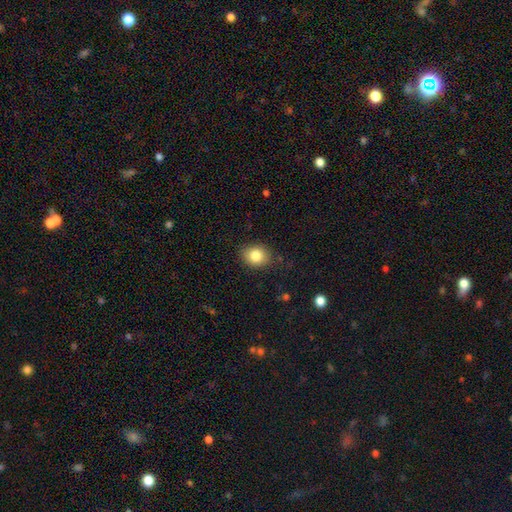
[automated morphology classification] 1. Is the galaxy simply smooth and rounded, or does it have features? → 83% smooth, 9% star or artifact, 8% featured or disk.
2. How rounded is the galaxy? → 51% round, 48% in between, 1% cigar-shaped.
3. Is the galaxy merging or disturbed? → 84% none, 12% minor disturbance, 3% major disturbance, 1% merger.